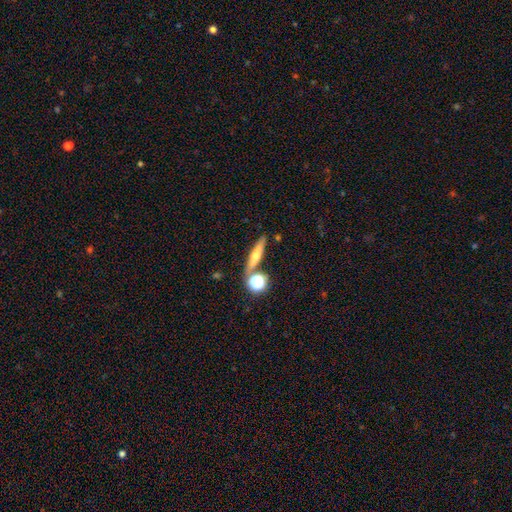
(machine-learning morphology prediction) Smooth or featured: featured or disk — 47% (smooth — 42%)
Merging: none — 77% (merger — 11%)